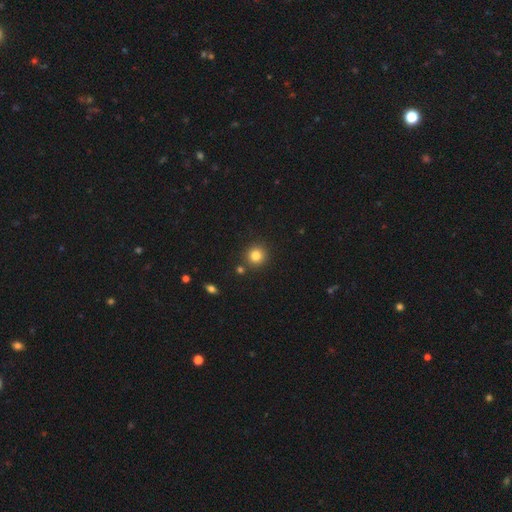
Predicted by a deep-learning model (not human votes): Smooth or featured? smooth (82%)
How rounded? round (93%)
Merging? none (87%)